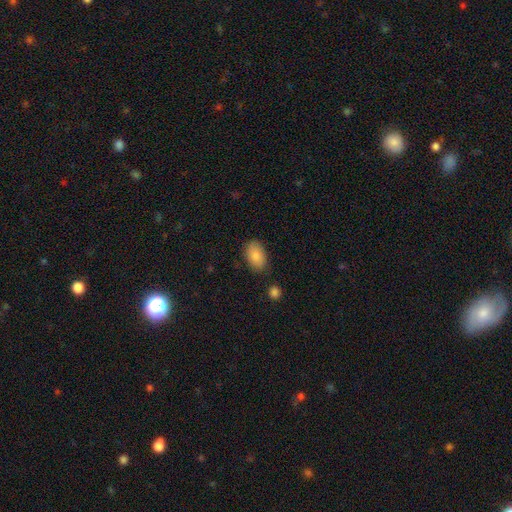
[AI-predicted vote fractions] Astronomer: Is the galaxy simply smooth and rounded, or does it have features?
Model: smooth — 86%.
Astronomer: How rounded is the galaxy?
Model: in between — 91%.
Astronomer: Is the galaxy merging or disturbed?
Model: none — 81%.